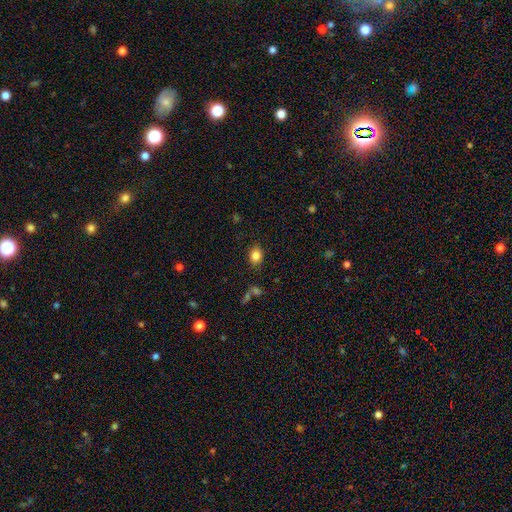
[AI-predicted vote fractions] A smooth galaxy with no disk features (84%) that is in between round and cigar-shaped (62%).

Vote fractions:
- Smooth or featured? smooth: 84% / star or artifact: 10% / featured or disk: 6%
- How rounded? in between: 62% / round: 37% / cigar-shaped: 1%
- Merging? none: 85% / minor disturbance: 11% / major disturbance: 3% / merger: 2%